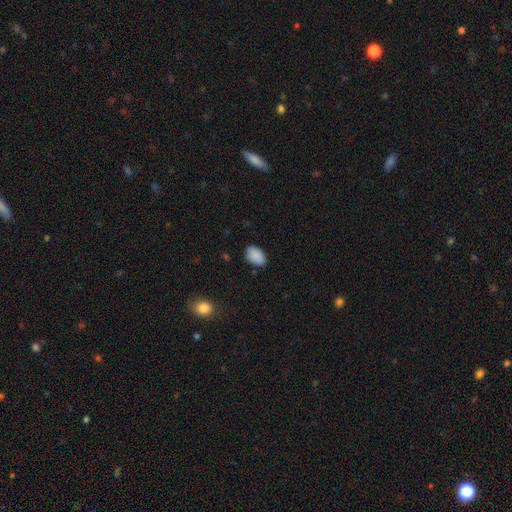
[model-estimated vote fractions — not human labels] The model was most divided on "merging": none: 81%, minor disturbance: 15%, major disturbance: 3%, merger: 1%. More confident: how rounded — in between (90%); smooth or featured — smooth (89%).